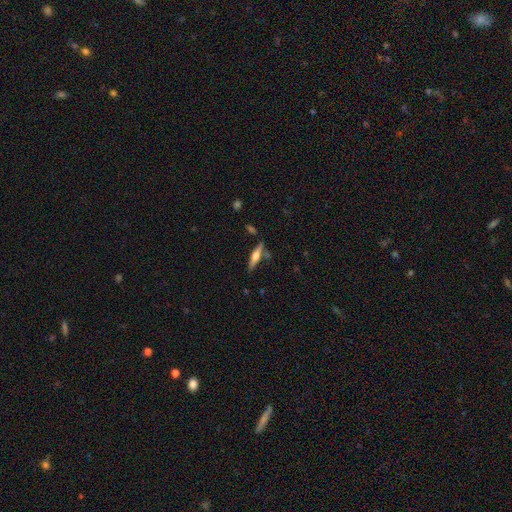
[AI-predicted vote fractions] This is possibly a featured or disk galaxy (49%). Merging: likely none (77%).